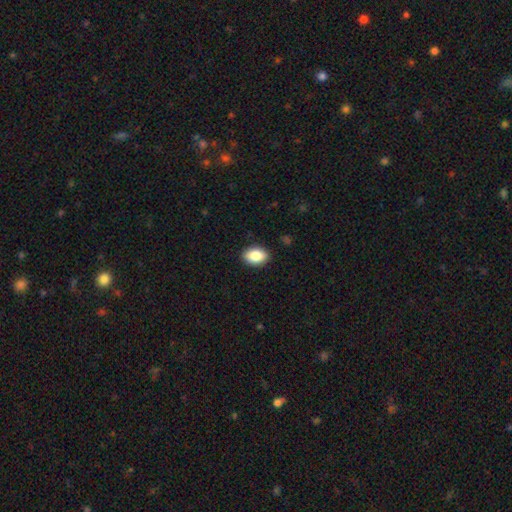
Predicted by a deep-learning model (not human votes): smooth-or-featured: smooth: 87% | star or artifact: 7% | featured or disk: 6%
  how-rounded: in between: 86% | round: 13% | cigar-shaped: 1%
  merging: none: 89% | minor disturbance: 8% | major disturbance: 2% | merger: 1%